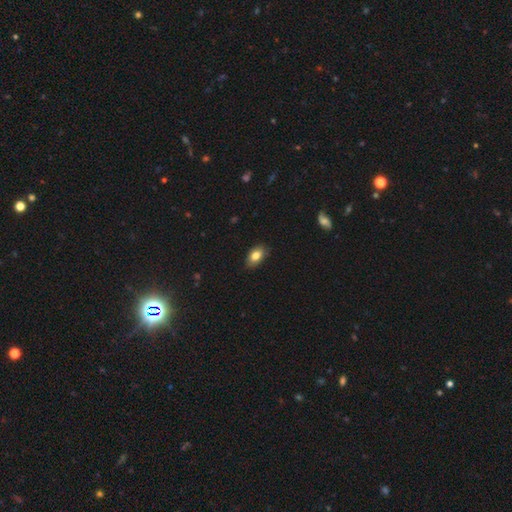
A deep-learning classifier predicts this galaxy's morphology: Smooth or featured?
  - smooth: 81% *
  - featured or disk: 11%
  - star or artifact: 8%
How rounded?
  - in between: 89% *
  - round: 9%
  - cigar-shaped: 2%
Merging?
  - none: 83% *
  - minor disturbance: 14%
  - major disturbance: 2%
  - merger: 1%